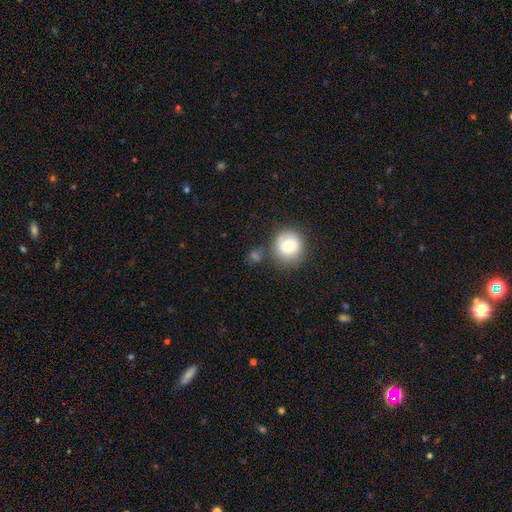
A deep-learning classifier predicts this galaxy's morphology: This is likely a smooth galaxy (73%). How rounded: clearly round (81%). Merging: likely none (65%).